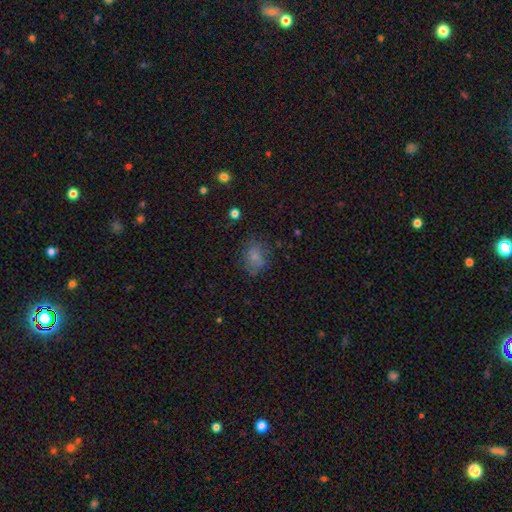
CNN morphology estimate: A smooth galaxy with no disk features (75%) that is in between round and cigar-shaped (59%). Merging: none (69%).